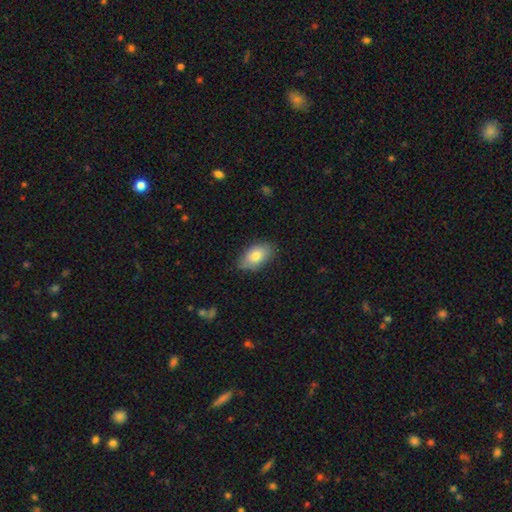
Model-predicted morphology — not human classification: Smooth or featured?
  - smooth: 78% *
  - featured or disk: 14%
  - star or artifact: 7%
How rounded?
  - in between: 91% *
  - round: 7%
  - cigar-shaped: 2%
Merging?
  - none: 81% *
  - minor disturbance: 16%
  - major disturbance: 3%
  - merger: 1%